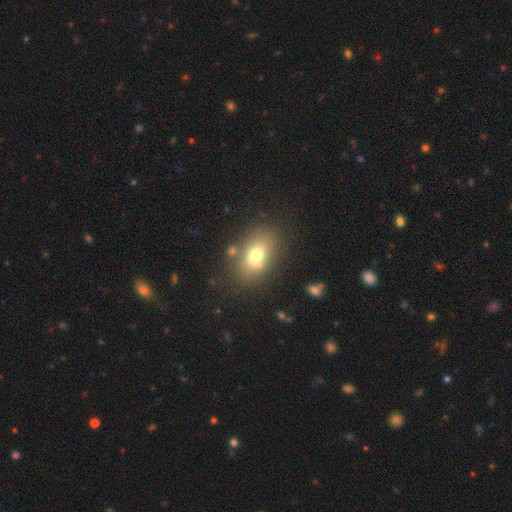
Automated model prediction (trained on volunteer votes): A smooth galaxy with no disk features (72%) that is in between round and cigar-shaped (82%). Merging: none (76%).